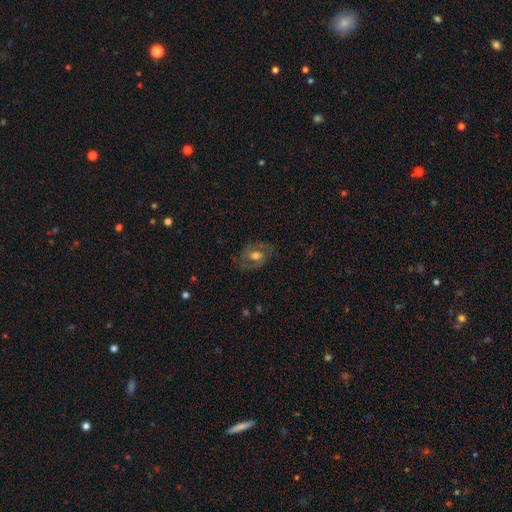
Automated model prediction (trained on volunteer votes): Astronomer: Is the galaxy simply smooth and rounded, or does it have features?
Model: featured or disk — 64%.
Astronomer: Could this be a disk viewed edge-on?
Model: no — 95%.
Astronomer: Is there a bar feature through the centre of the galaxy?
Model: no — 46% (runner-up: weak, 39%).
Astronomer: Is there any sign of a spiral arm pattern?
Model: yes — 75%.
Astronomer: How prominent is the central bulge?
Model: moderate — 65%.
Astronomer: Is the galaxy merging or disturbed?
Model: none — 73%.